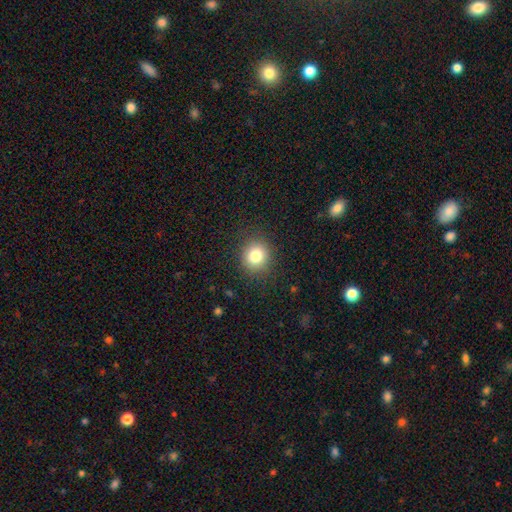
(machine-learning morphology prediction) This appears to be a smooth galaxy with no disk features (81%) that is round (85%). Merging: none (89%).